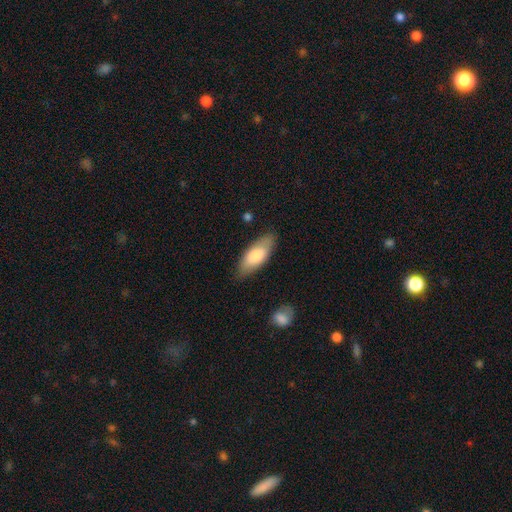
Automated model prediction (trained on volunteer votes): smooth_or_featured: smooth (p=0.78) [alt: featured or disk p=0.17]
how_rounded: in between (p=0.78) [alt: cigar-shaped p=0.20]
merging: none (p=0.81) [alt: minor disturbance p=0.14]